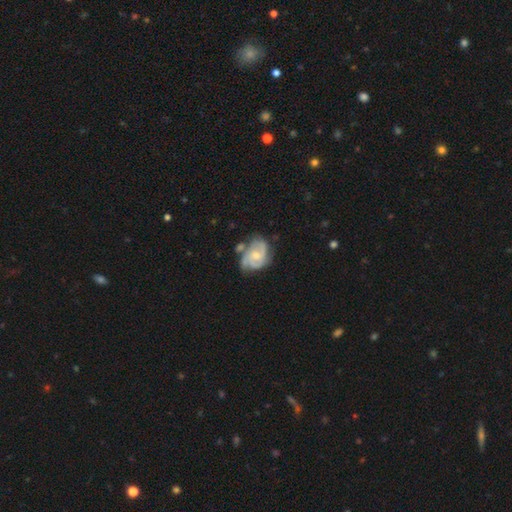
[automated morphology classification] Smooth or featured? Predicted: featured or disk (p=0.77). Edge-on disk? Predicted: no (p=0.98). Bar? Predicted: no (p=0.68). Spiral arms? Predicted: yes (p=0.92). Spiral winding? Predicted: tight (p=0.45). Spiral arm count? Predicted: 3 (p=0.41). Bulge size? Predicted: moderate (p=0.47). Merging? Predicted: none (p=0.53).